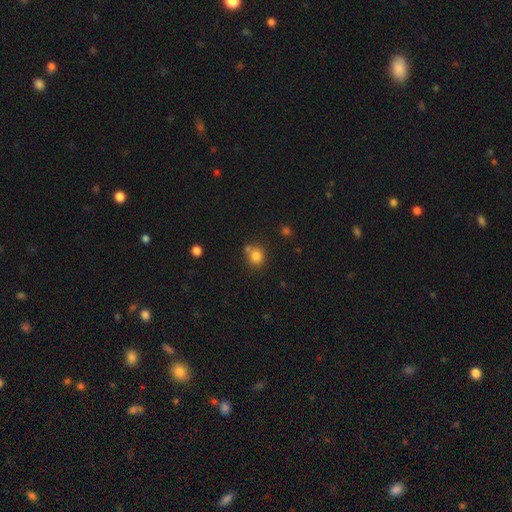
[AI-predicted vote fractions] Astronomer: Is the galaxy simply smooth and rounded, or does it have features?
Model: smooth — 82%.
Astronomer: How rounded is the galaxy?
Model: round — 80%.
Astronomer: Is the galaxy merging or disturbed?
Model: none — 61%.